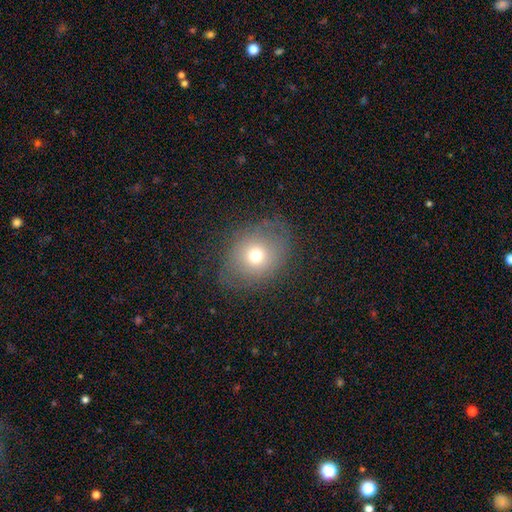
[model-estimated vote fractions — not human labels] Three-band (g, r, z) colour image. It shows a smooth galaxy with no disk features (68%) that is round (56%). Merging: none (72%).